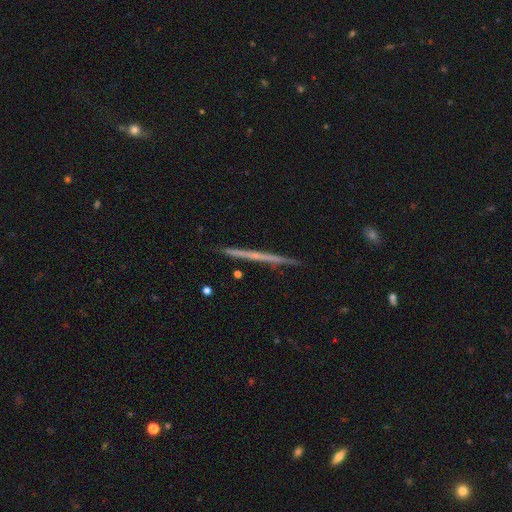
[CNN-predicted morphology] Smooth or featured?
  - featured or disk: 58% *
  - smooth: 35%
  - star or artifact: 6%
Edge-on disk?
  - yes: 98% *
  - no: 2%
Edge-on bulge?
  - none: 90% *
  - rounded: 7%
  - boxy: 3%
Merging?
  - none: 92% *
  - minor disturbance: 6%
  - merger: 1%
  - major disturbance: 1%